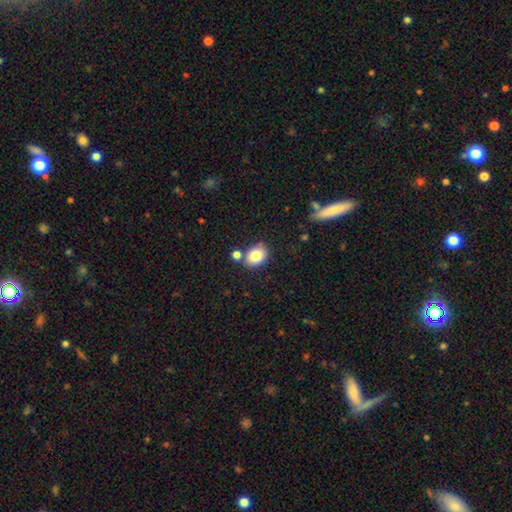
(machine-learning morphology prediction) Q: Smooth or featured?
A: smooth (82%); runner-up: star or artifact (9%)
Q: How rounded?
A: in between (60%); runner-up: round (39%)
Q: Merging?
A: none (73%); runner-up: merger (13%)